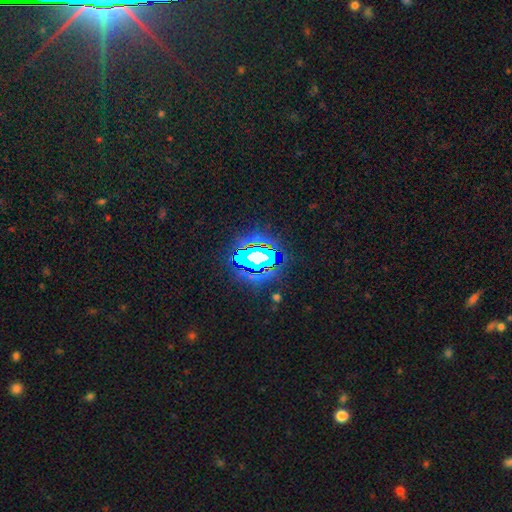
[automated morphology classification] smooth-or-featured: star or artifact: 75% | smooth: 13% | featured or disk: 12%